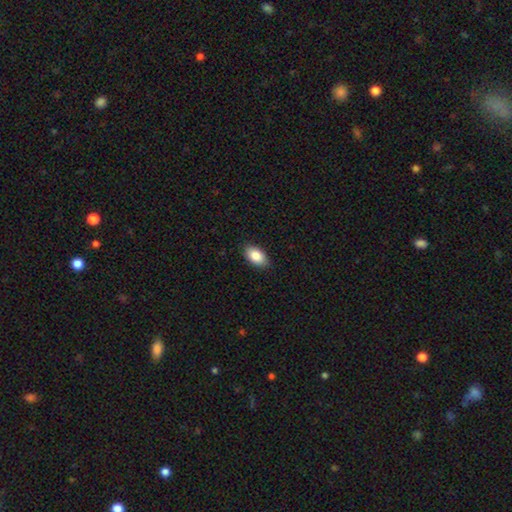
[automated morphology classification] A smooth galaxy with no disk features (87%) that is in between round and cigar-shaped (93%).

Vote fractions:
- Smooth or featured? smooth: 87% / star or artifact: 7% / featured or disk: 7%
- How rounded? in between: 93% / round: 5% / cigar-shaped: 2%
- Merging? none: 88% / minor disturbance: 9% / major disturbance: 2% / merger: 1%